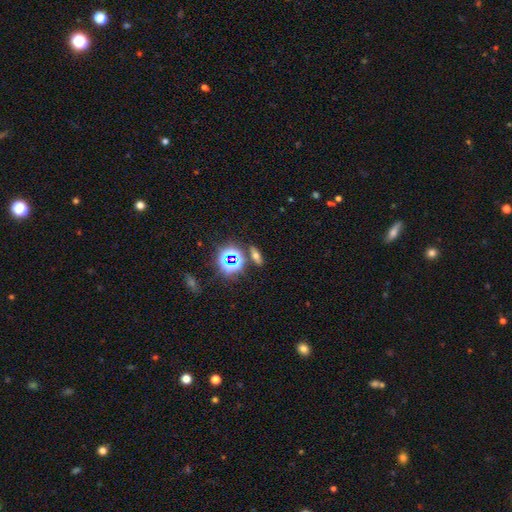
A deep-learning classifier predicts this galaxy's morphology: Smooth or featured? Predicted: smooth (p=0.45). Merging? Predicted: none (p=0.82).